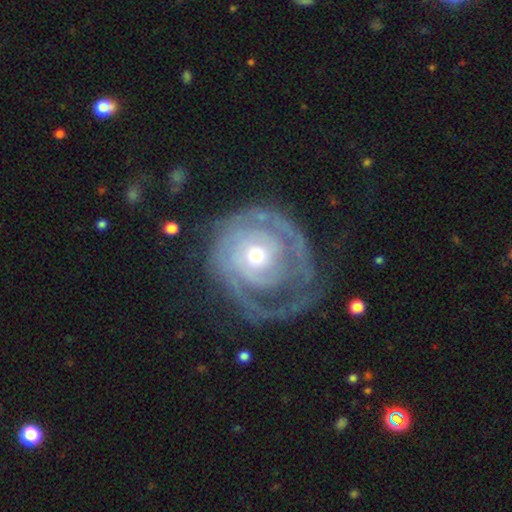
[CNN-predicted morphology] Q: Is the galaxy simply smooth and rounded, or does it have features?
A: featured or disk — 84%.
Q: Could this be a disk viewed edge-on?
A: no — 97%.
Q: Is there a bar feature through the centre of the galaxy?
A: no — 78%.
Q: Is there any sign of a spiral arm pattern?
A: yes — 88%.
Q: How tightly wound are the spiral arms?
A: tight — 74%.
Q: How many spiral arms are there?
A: can't tell — 38%.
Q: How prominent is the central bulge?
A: moderate — 53%.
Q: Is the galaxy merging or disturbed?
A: none — 56%.